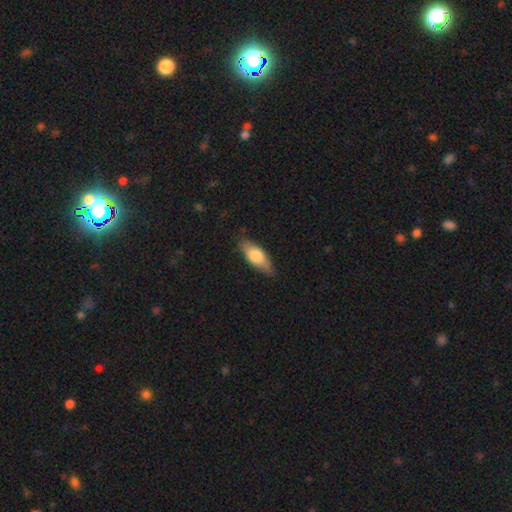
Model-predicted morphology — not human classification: Q: Smooth or featured?
A: smooth (72%); runner-up: featured or disk (22%)
Q: How rounded?
A: in between (76%); runner-up: cigar-shaped (22%)
Q: Merging?
A: none (81%); runner-up: minor disturbance (15%)